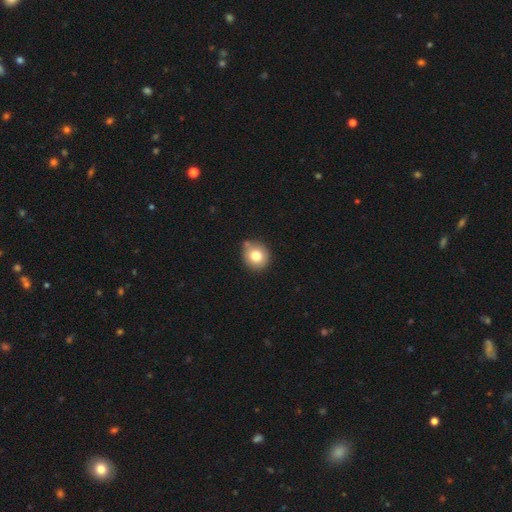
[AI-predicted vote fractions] smooth_or_featured: smooth (p=0.77) [alt: featured or disk p=0.12]
how_rounded: round (p=0.83) [alt: in between p=0.16]
merging: none (p=0.71) [alt: minor disturbance p=0.19]